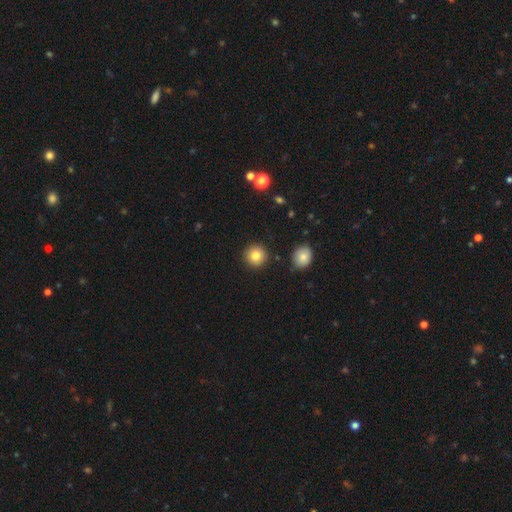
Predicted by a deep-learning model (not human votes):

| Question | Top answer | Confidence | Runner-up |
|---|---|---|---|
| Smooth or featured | smooth | 83% | star or artifact (10%) |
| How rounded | round | 94% | in between (5%) |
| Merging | none | 90% | minor disturbance (6%) |